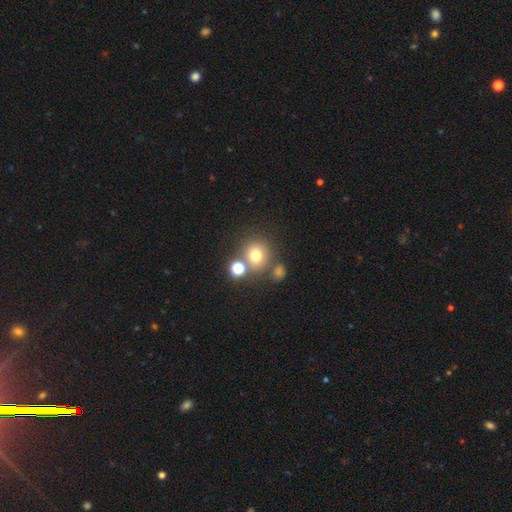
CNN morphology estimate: The model was most divided on "merging": none: 65%, merger: 20%, minor disturbance: 10%, major disturbance: 4%. More confident: how rounded — round (87%); smooth or featured — smooth (72%).